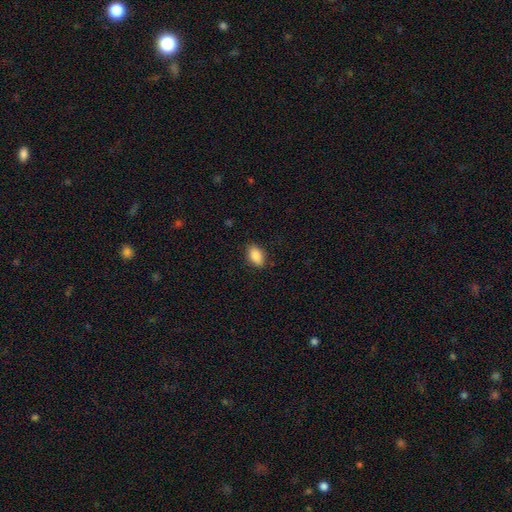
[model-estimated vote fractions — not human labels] Q: Smooth or featured?
A: smooth (88%); runner-up: star or artifact (7%)
Q: How rounded?
A: in between (90%); runner-up: round (7%)
Q: Merging?
A: none (85%); runner-up: minor disturbance (11%)